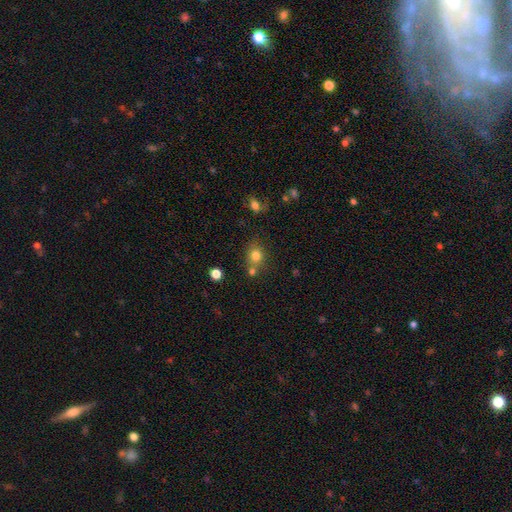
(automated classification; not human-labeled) Smooth or featured?
  - smooth: 78% *
  - star or artifact: 13%
  - featured or disk: 9%
How rounded?
  - round: 71% *
  - in between: 28%
  - cigar-shaped: 1%
Merging?
  - none: 62% *
  - merger: 21%
  - minor disturbance: 13%
  - major disturbance: 4%